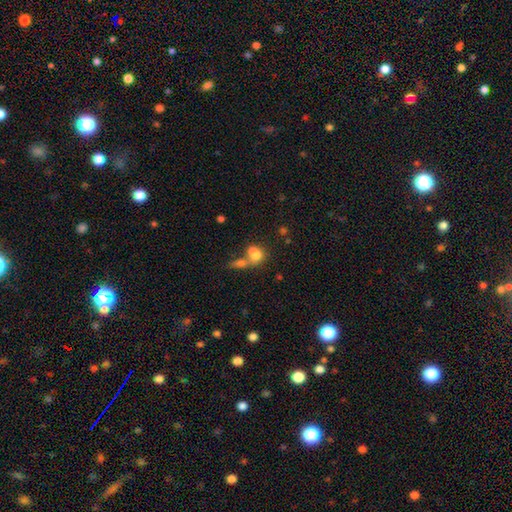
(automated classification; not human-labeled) This appears to be a smooth galaxy with no disk features (69%) that is in between round and cigar-shaped (52%). Merging: merger (63%).